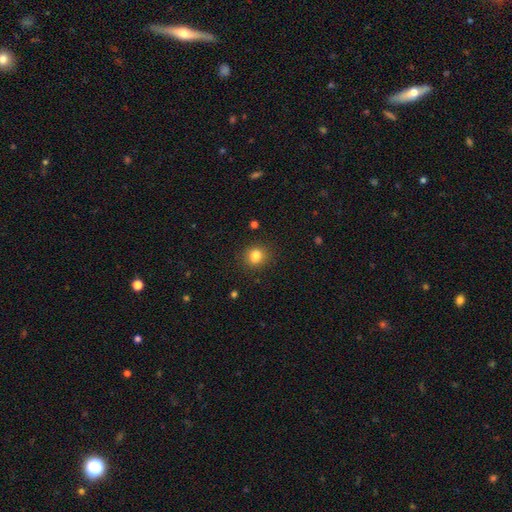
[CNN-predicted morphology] This is clearly a smooth galaxy (82%). How rounded: likely round (63%). Merging: likely none (77%).